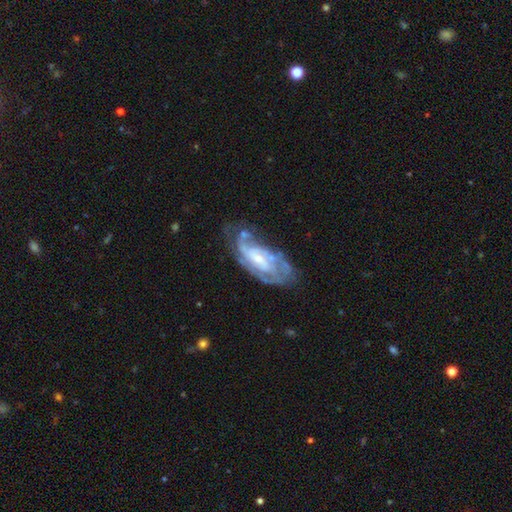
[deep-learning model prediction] This appears to be a featured or disk galaxy (77%) with no bar (46%), tight (52%) spiral arms (84%) and a small central bulge (57%). Merging: none (53%).